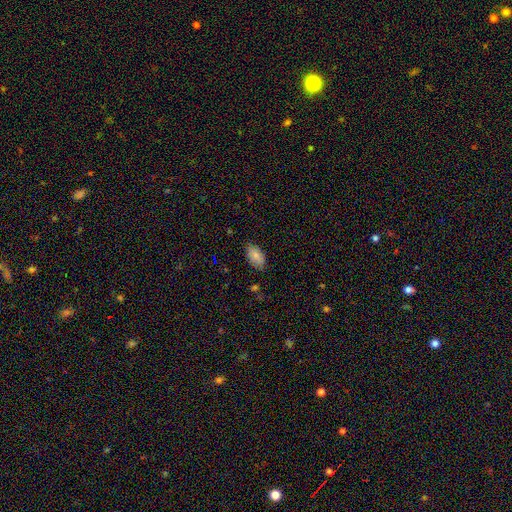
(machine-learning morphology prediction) Smooth or featured?
  - smooth: 83% *
  - featured or disk: 10%
  - star or artifact: 8%
How rounded?
  - in between: 94% *
  - round: 4%
  - cigar-shaped: 2%
Merging?
  - none: 78% *
  - minor disturbance: 18%
  - major disturbance: 3%
  - merger: 1%